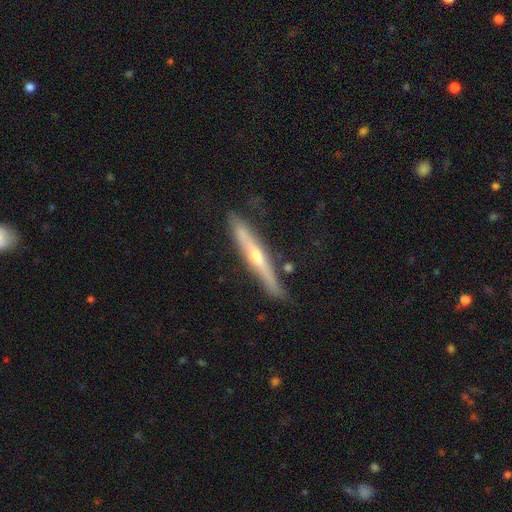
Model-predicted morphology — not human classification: Overall: featured or disk (66%; smooth 28%). Edge-on disk: yes (93%). Edge-on bulge: rounded (77%). Merging: none (78%).